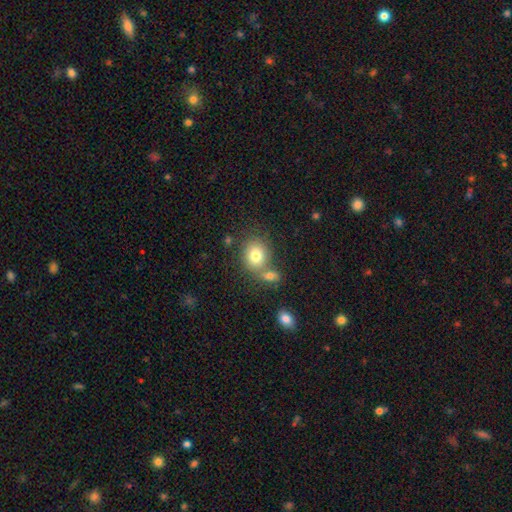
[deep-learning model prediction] Smooth or featured: smooth — 77% (featured or disk — 12%)
How rounded: round — 66% (in between — 33%)
Merging: none — 55% (merger — 30%)